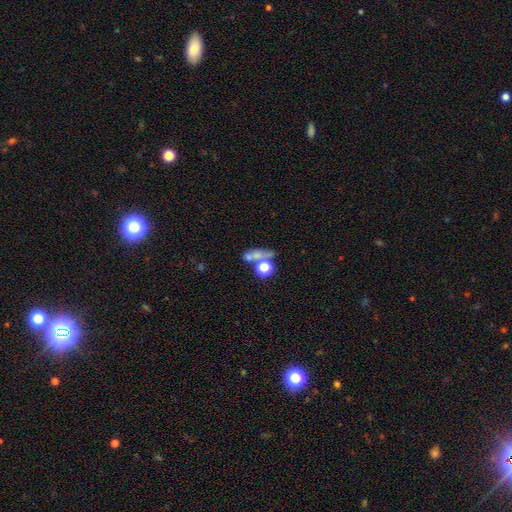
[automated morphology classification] Smooth or featured? smooth (57%)
How rounded? round (48%)
Merging? merger (42%)